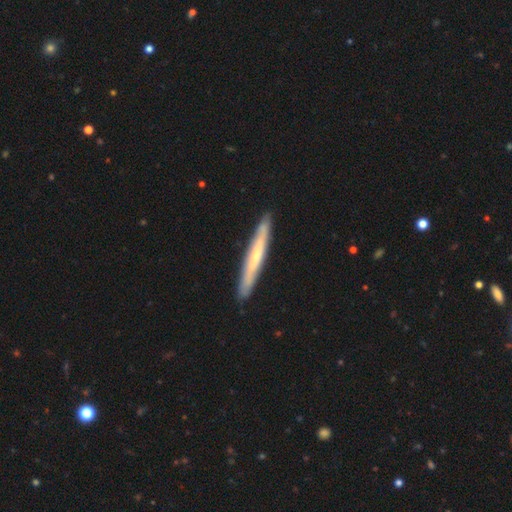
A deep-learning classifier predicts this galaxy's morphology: This is possibly a featured or disk galaxy (51%). It is clearly viewed edge-on (89%). Merging: clearly none (89%).